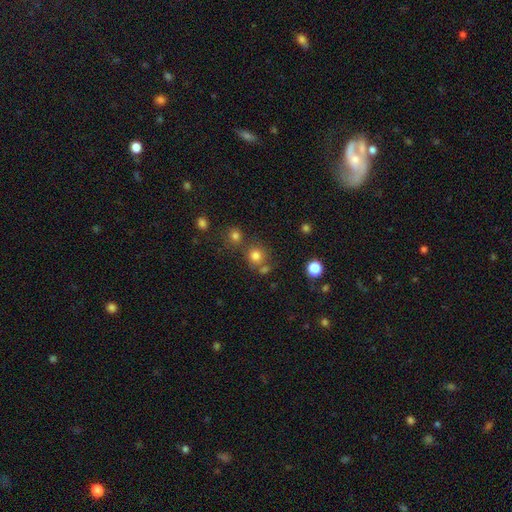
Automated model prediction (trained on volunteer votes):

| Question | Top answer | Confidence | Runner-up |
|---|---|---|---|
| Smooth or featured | smooth | 77% | star or artifact (16%) |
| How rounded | round | 90% | in between (9%) |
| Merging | none | 70% | merger (17%) |